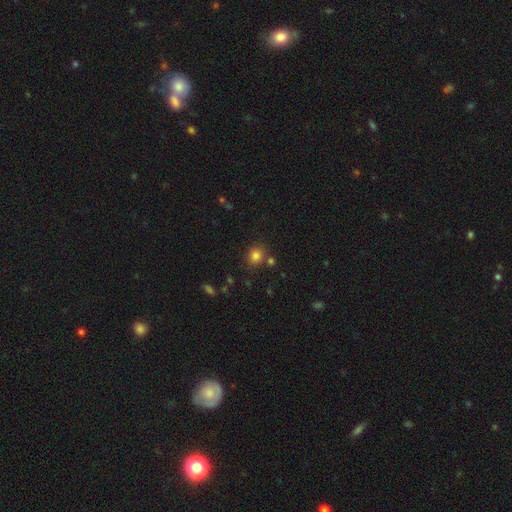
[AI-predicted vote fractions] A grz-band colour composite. It shows a smooth galaxy with no disk features (81%) that is round (73%). Merging: none (78%).